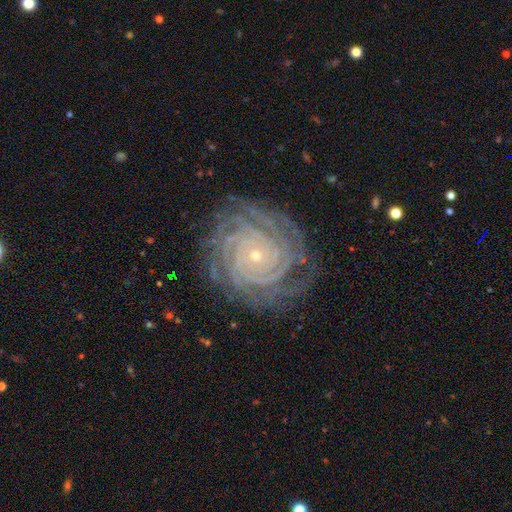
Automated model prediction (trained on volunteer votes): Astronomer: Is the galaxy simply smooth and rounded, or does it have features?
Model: featured or disk — 91%.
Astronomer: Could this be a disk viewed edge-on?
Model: no — 98%.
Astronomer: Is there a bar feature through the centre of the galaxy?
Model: no — 78%.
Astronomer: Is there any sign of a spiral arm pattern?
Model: yes — 99%.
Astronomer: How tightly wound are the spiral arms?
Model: tight — 89%.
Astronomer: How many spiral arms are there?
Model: more than 4 — 30% (runner-up: 4, 24%).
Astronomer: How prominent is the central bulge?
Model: small — 84%.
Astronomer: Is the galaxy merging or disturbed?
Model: none — 81%.